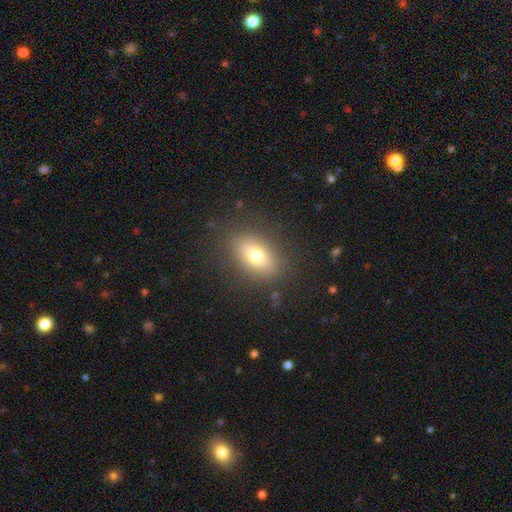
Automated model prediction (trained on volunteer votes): The model was most divided on "smooth or featured": smooth: 72%, featured or disk: 17%, star or artifact: 11%. More confident: merging — none (84%); how rounded — in between (82%).